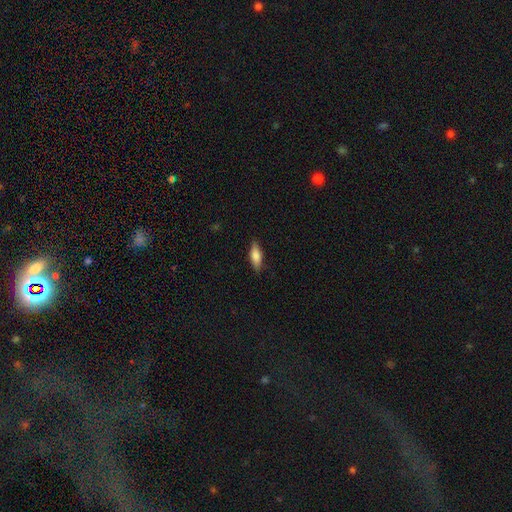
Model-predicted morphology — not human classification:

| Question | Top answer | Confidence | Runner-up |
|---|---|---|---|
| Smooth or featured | smooth | 75% | featured or disk (19%) |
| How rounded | in between | 64% | cigar-shaped (33%) |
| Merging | none | 84% | minor disturbance (13%) |